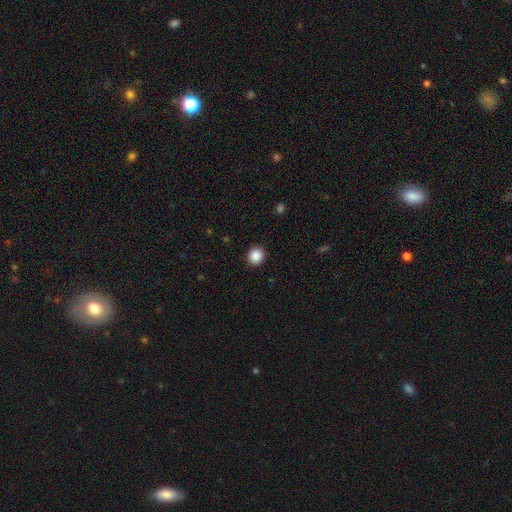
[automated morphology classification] type=smooth (88%); roundness=round (90%); merging=none (92%).